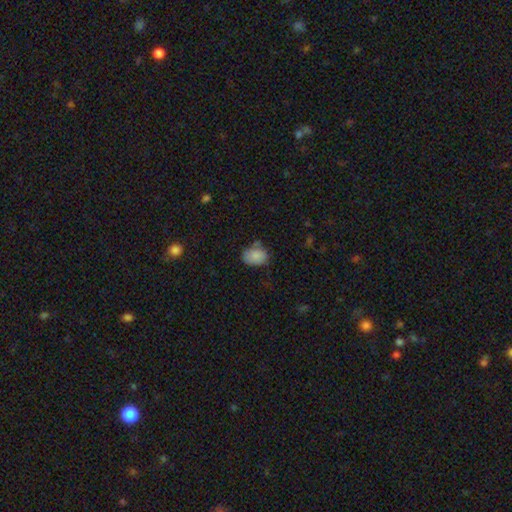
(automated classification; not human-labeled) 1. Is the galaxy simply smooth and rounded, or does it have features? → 85% smooth, 8% star or artifact, 6% featured or disk.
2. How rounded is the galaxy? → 75% in between, 24% round, 1% cigar-shaped.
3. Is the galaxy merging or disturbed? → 59% none, 27% minor disturbance, 7% merger, 7% major disturbance.